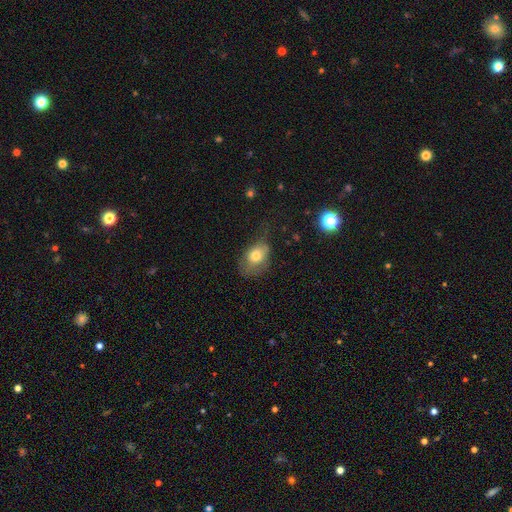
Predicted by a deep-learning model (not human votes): smooth 73%, featured or disk 17%, star or artifact 9%. Down the decision tree: how rounded — in between (78%); merging — none (42%).